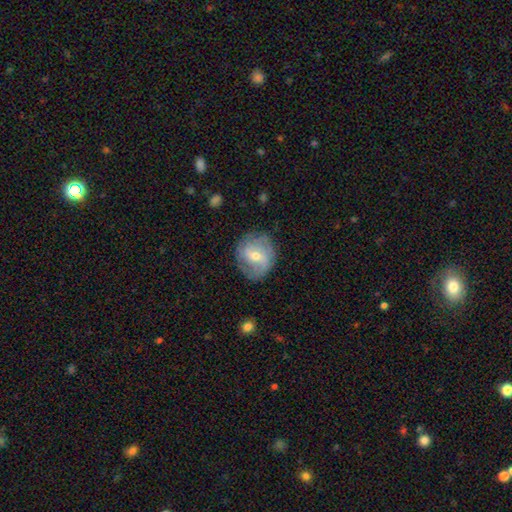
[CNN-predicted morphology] type=featured or disk (56%); edge-on=no (96%); bar=weak (47%); spiral arms=yes (75%); bulge=moderate (51%); merging=none (76%).